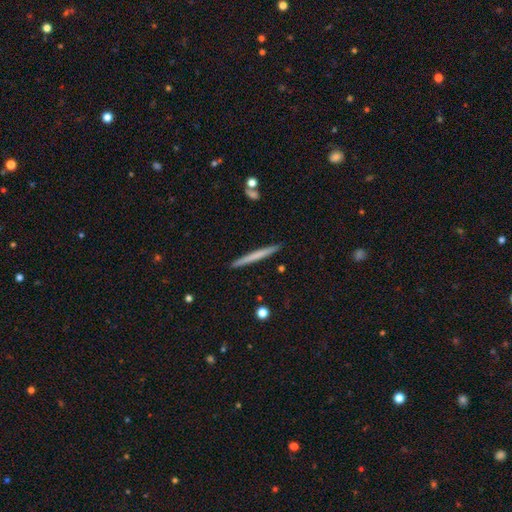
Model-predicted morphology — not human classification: This appears to be a smooth galaxy with no disk features (60%) that is cigar-shaped (97%). Merging: none (92%).